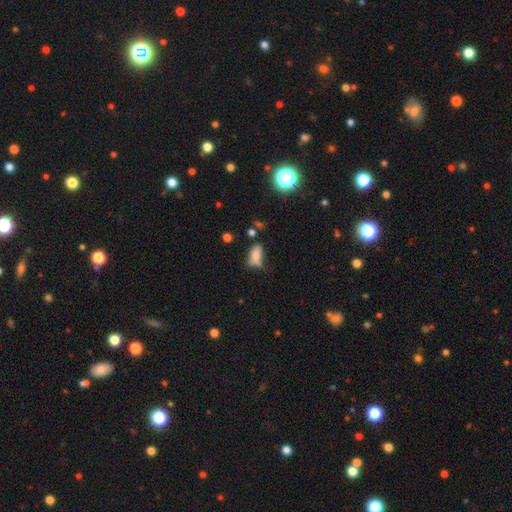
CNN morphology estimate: Smooth or featured: smooth — 68% (featured or disk — 19%)
How rounded: in between — 84% (cigar-shaped — 10%)
Merging: none — 36% (minor disturbance — 34%)